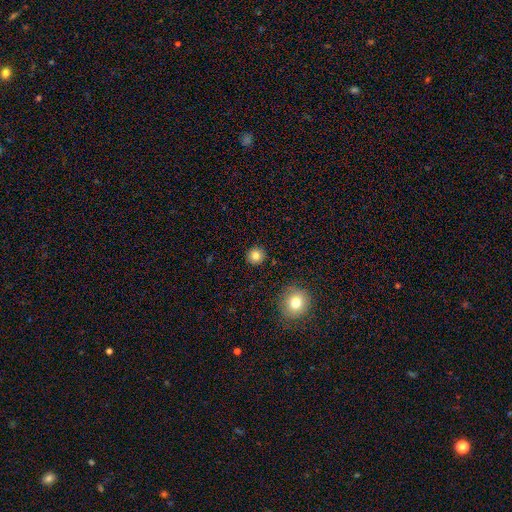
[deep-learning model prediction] A smooth galaxy with no disk features (83%) that is round (93%). Merging: none (91%).